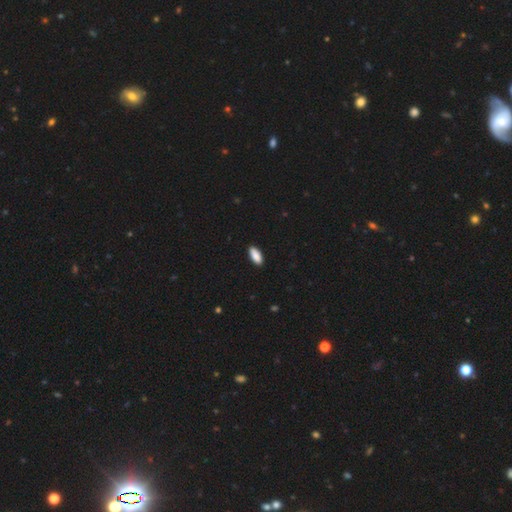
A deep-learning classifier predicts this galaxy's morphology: Q: Smooth or featured?
A: smooth (89%); runner-up: star or artifact (6%)
Q: How rounded?
A: in between (85%); runner-up: cigar-shaped (13%)
Q: Merging?
A: none (90%); runner-up: minor disturbance (8%)